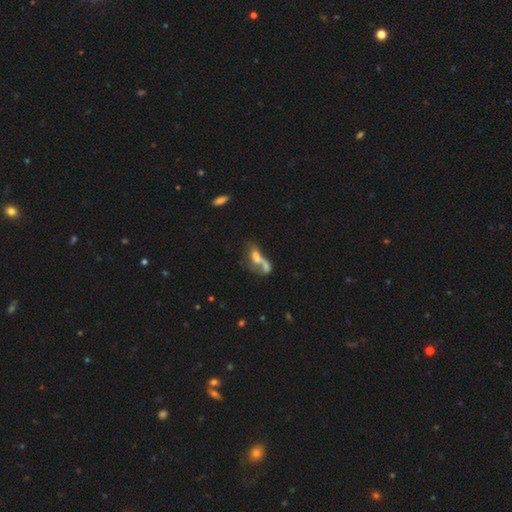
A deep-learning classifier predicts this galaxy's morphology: This appears to be a smooth galaxy with no disk features (50%). Merging: merger (61%).